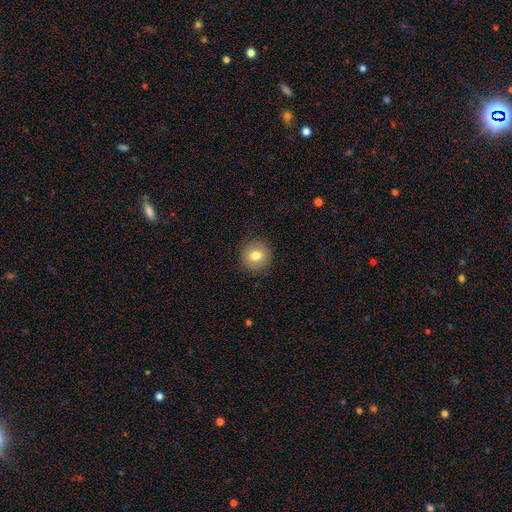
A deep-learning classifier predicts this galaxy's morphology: Q: Smooth or featured?
A: smooth (78%); runner-up: featured or disk (12%)
Q: How rounded?
A: round (93%); runner-up: in between (6%)
Q: Merging?
A: none (90%); runner-up: minor disturbance (7%)